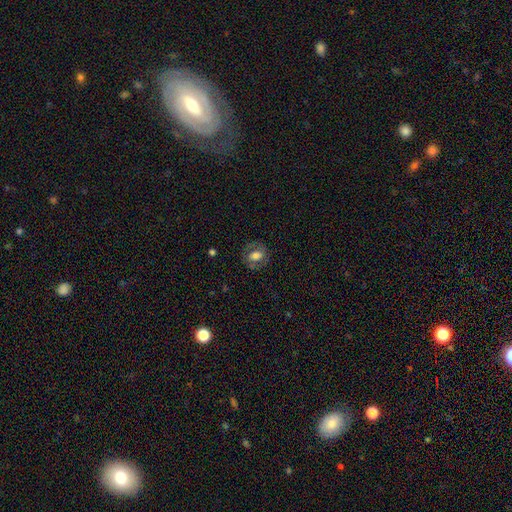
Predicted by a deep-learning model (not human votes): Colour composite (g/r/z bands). It shows a smooth galaxy with no disk features (55%) that is in between round and cigar-shaped (52%). Merging: none (73%).